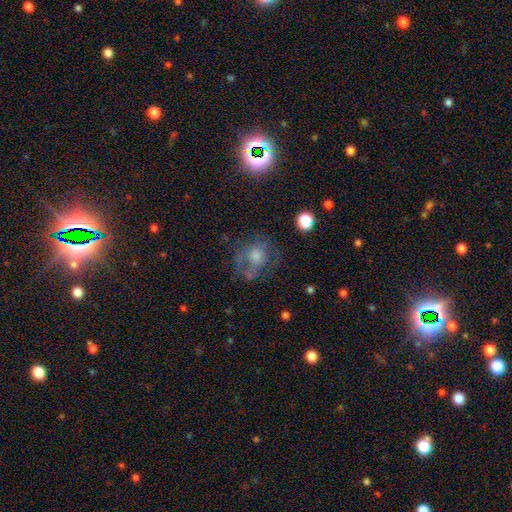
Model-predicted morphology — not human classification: smooth_or_featured: featured or disk (p=0.40) [alt: smooth p=0.39]
merging: none (p=0.53) [alt: major disturbance p=0.23]